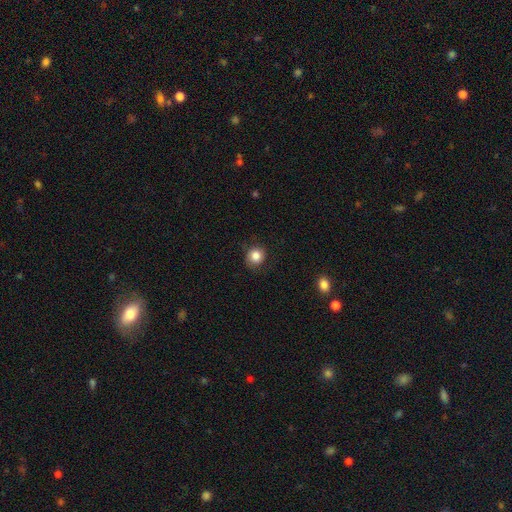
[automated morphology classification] Overall: smooth (85%). How rounded: round (85%). Merging: none (82%).